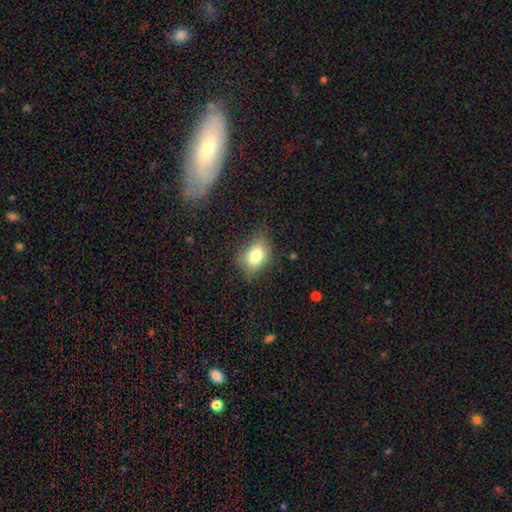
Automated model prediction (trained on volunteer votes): Overall: smooth (78%). How rounded: in between (77%). Merging: none (68%).